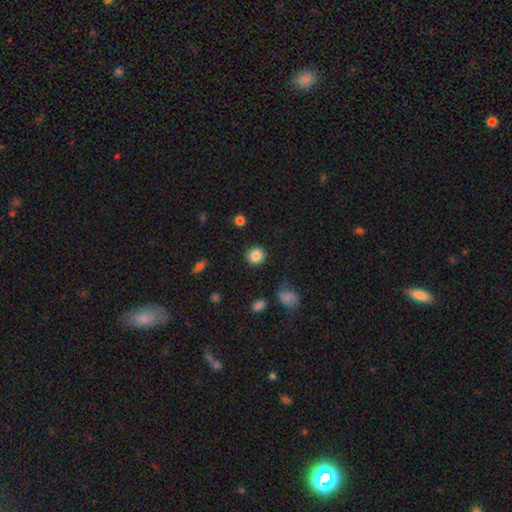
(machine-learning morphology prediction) smooth 85%, star or artifact 10%, featured or disk 6%. Down the decision tree: how rounded — round (89%); merging — none (89%).